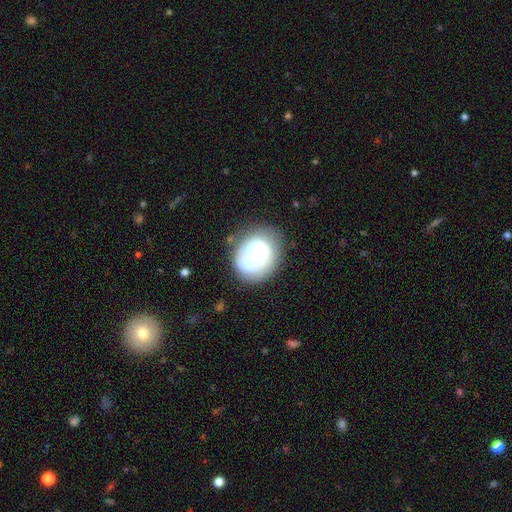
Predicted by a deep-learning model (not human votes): Morphology: type=featured or disk (46%); merging=none (51%).